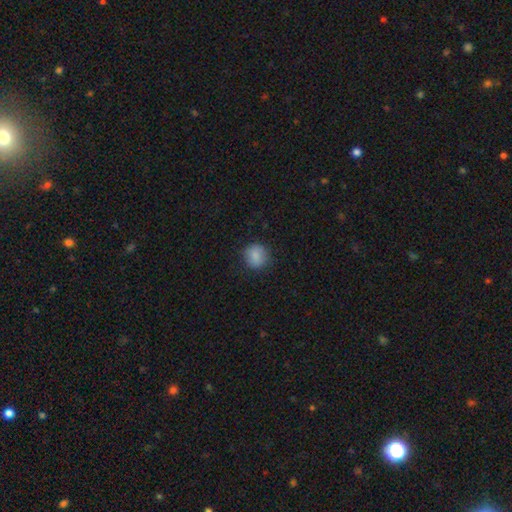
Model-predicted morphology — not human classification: Smooth or featured? Predicted: smooth (p=0.86). How rounded? Predicted: round (p=0.87). Merging? Predicted: none (p=0.84).